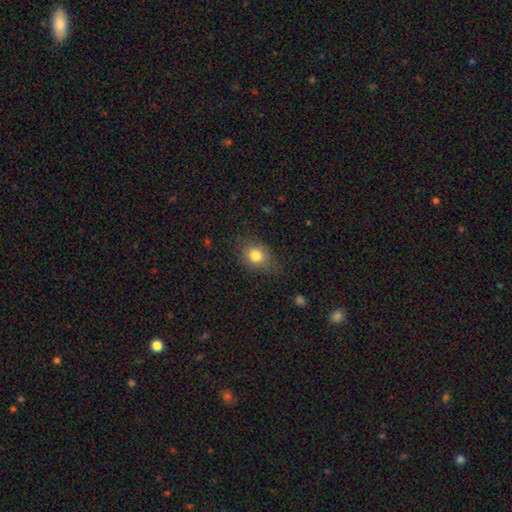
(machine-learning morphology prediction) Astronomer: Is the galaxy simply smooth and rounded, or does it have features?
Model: smooth — 80%.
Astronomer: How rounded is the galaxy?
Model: round — 52% (runner-up: in between, 47%).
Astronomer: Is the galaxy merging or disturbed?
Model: none — 74%.